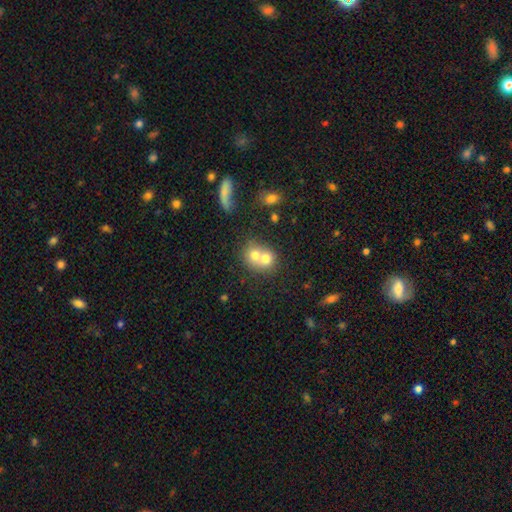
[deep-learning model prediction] Smooth or featured: smooth — 67% (featured or disk — 23%)
How rounded: round — 72% (in between — 27%)
Merging: merger — 68% (none — 23%)